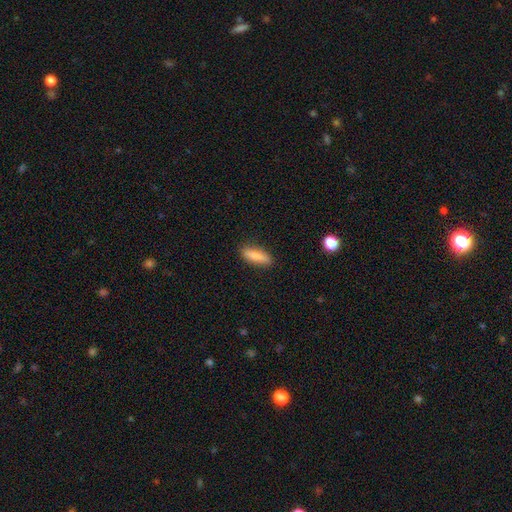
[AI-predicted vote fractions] Overall: smooth (82%). How rounded: cigar-shaped (51%; in between 47%). Merging: none (85%).